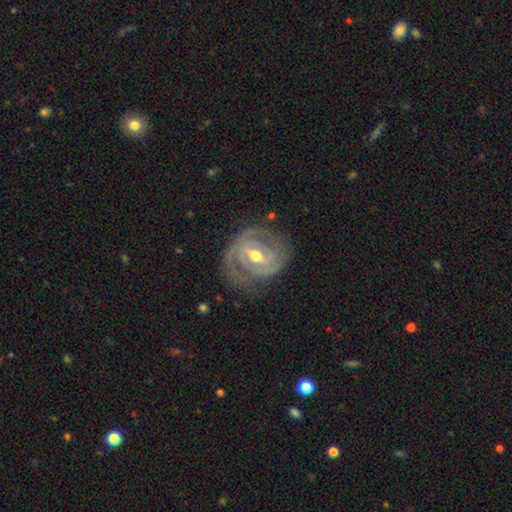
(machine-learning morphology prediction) This appears to be a featured or disk galaxy (87%) with a weak bar (46%), 2 (53%) tight (67%) spiral arms (91%) and a moderate central bulge (74%). Merging: none (72%).